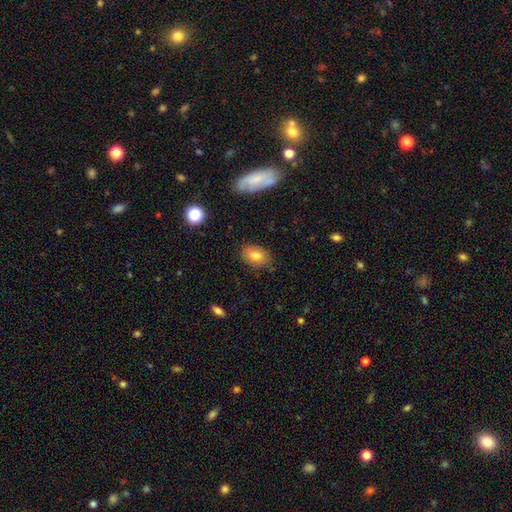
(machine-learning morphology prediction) A smooth galaxy with no disk features (79%) that is in between round and cigar-shaped (81%). Merging: none (80%).